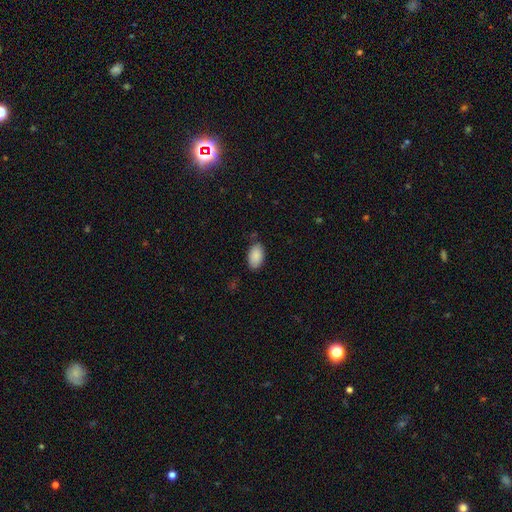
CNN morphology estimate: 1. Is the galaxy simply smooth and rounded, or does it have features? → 89% smooth, 7% star or artifact, 5% featured or disk.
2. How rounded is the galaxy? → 94% in between, 5% round, 1% cigar-shaped.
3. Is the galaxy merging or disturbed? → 75% none, 19% minor disturbance, 3% major disturbance, 2% merger.